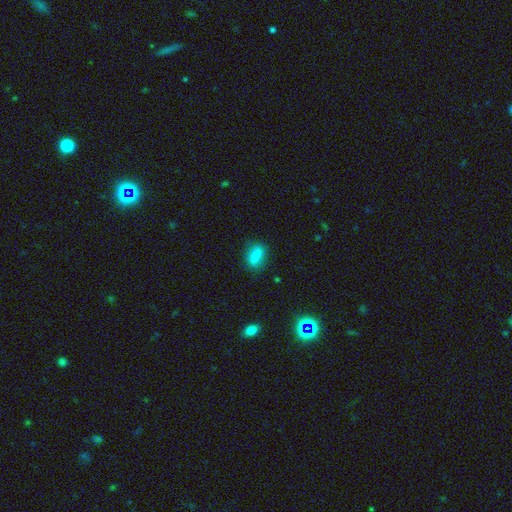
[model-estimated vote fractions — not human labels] smooth 82%, star or artifact 9%, featured or disk 9%. Down the decision tree: how rounded — in between (62%); merging — none (80%).